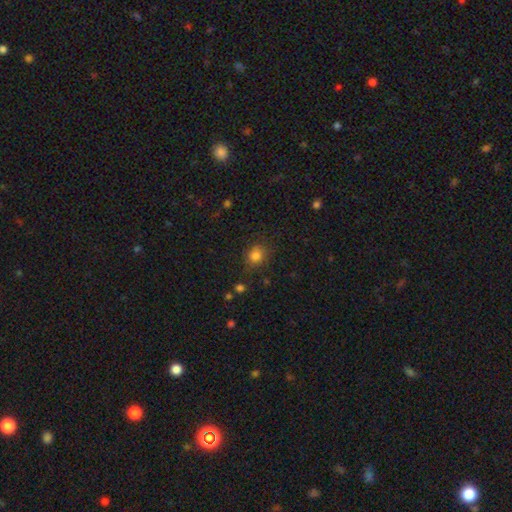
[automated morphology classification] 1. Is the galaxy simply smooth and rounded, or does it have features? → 81% smooth, 12% star or artifact, 6% featured or disk.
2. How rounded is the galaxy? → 70% round, 29% in between, 1% cigar-shaped.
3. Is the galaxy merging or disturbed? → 80% none, 14% minor disturbance, 4% major disturbance, 2% merger.